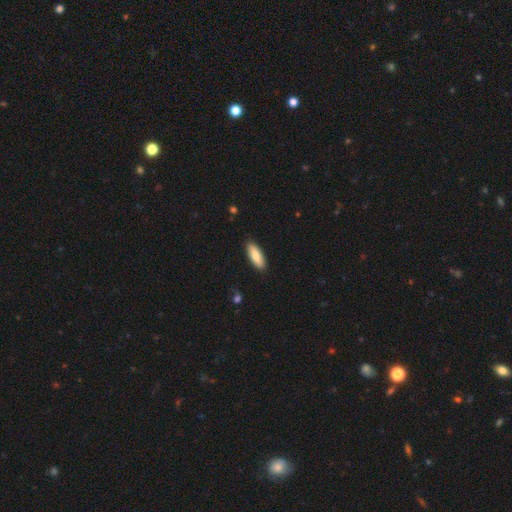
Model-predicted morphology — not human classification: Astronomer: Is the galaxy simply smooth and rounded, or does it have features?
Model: smooth — 83%.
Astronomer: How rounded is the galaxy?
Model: in between — 64%.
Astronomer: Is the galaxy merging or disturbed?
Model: none — 89%.